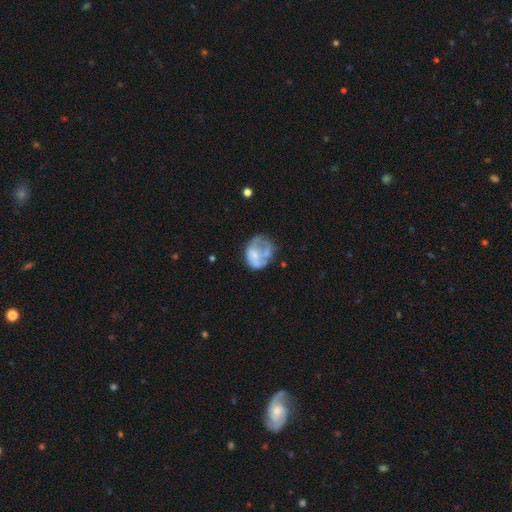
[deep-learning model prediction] A featured or disk galaxy (48%). Merging: none (37%).